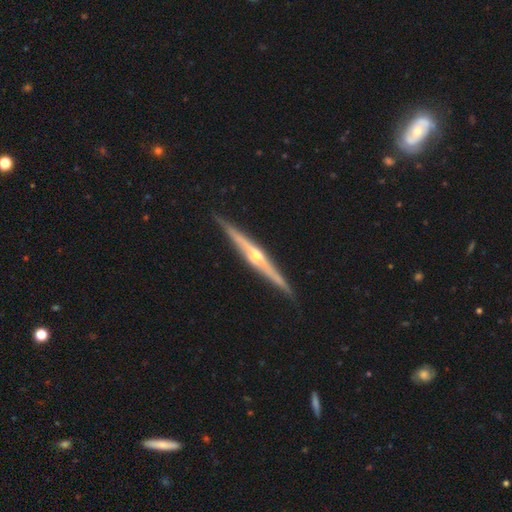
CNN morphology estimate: type=featured or disk (85%); edge-on=yes (98%); edge-on bulge=rounded (89%); merging=none (91%).